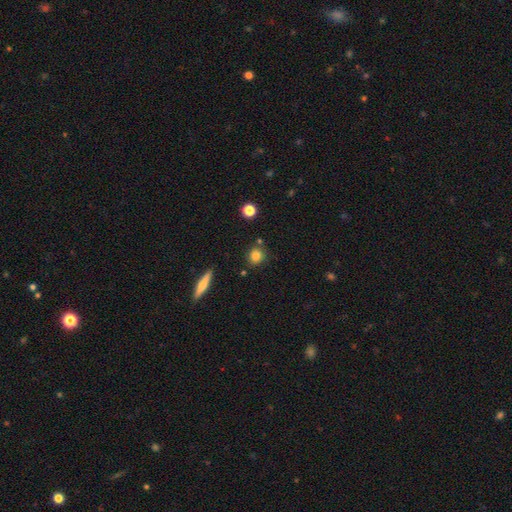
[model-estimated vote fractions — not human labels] The model was most divided on "how rounded": round: 81%, in between: 16%, cigar-shaped: 2%. More confident: smooth or featured — smooth (81%); merging — none (81%).